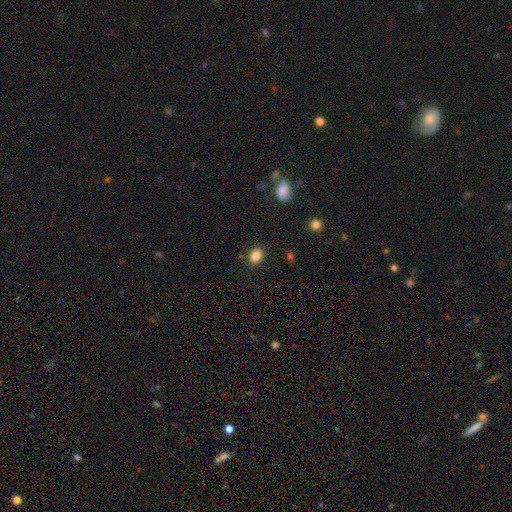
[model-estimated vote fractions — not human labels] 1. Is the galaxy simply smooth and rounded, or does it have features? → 85% smooth, 10% star or artifact, 5% featured or disk.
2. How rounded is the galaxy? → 71% in between, 28% round, 1% cigar-shaped.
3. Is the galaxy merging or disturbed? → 87% none, 9% minor disturbance, 2% major disturbance, 2% merger.